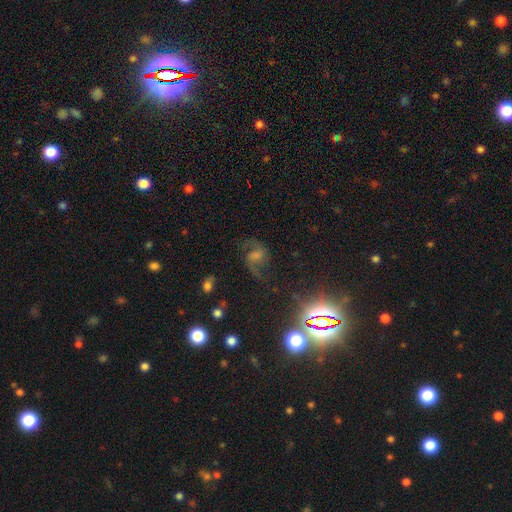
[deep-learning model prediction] Overall: featured or disk (57%; star or artifact 28%). Edge-on disk: no (96%). Bar: weak (43%; no 38%). Spiral arms: yes (92%). Spiral arm count: 2 (87%). Spiral winding: loose (48%; medium 43%). Bulge size: none (31%; moderate 30%). Merging: none (68%).